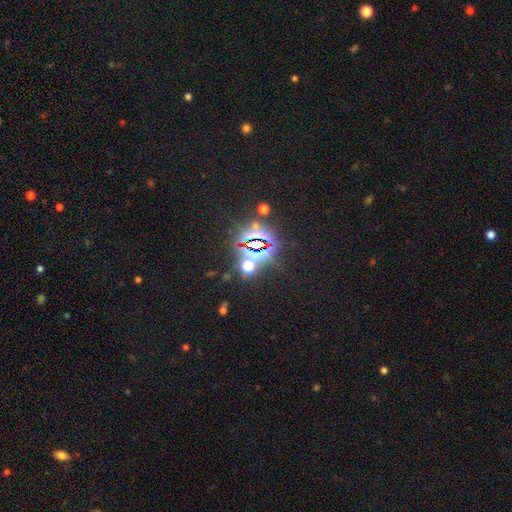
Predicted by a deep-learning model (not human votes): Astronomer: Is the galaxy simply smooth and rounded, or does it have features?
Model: star or artifact — 84%.